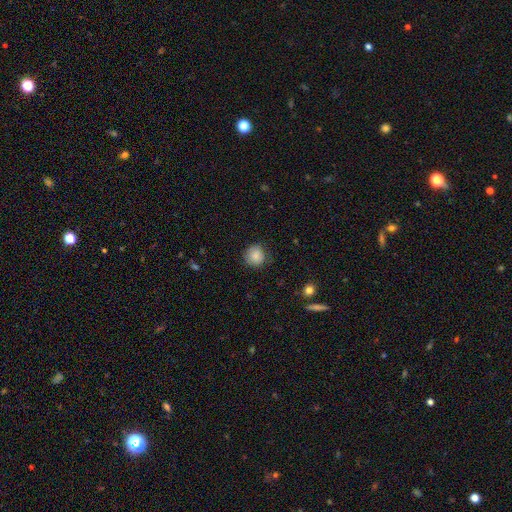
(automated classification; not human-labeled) smooth 85%, star or artifact 8%, featured or disk 7%. Down the decision tree: how rounded — round (88%); merging — none (78%).